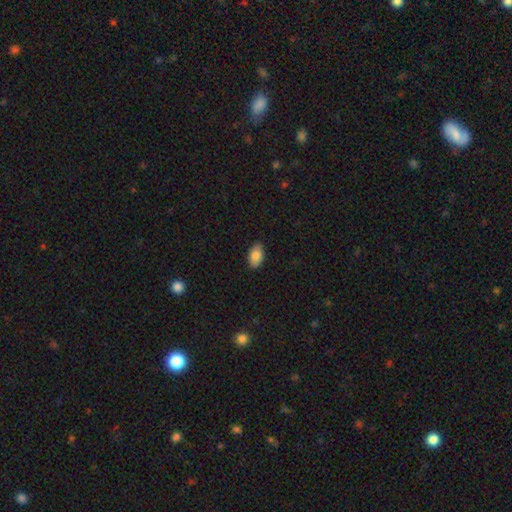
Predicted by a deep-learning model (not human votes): smooth 84%, featured or disk 9%, star or artifact 7%. Down the decision tree: how rounded — in between (93%); merging — none (88%).